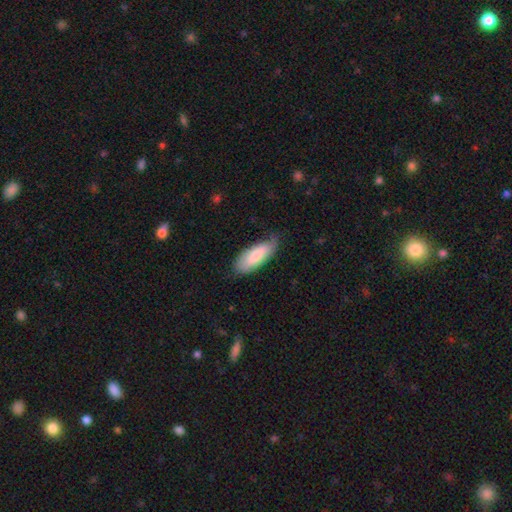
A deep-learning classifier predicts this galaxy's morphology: Smooth or featured: smooth — 73% (featured or disk — 22%)
How rounded: in between — 75% (cigar-shaped — 24%)
Merging: none — 62% (minor disturbance — 30%)